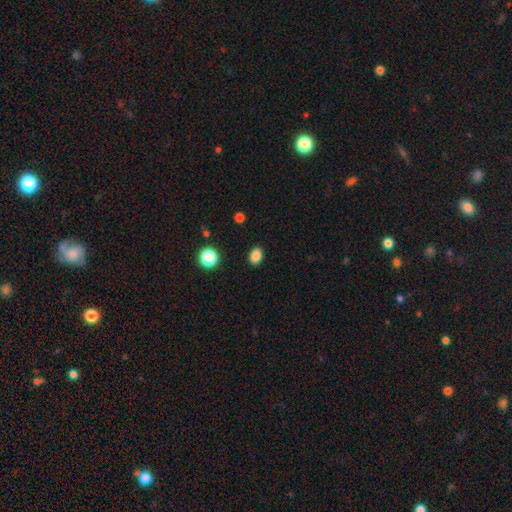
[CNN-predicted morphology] smooth-or-featured: smooth: 86% | star or artifact: 11% | featured or disk: 3%
  how-rounded: in between: 69% | round: 30% | cigar-shaped: 1%
  merging: none: 89% | minor disturbance: 8% | major disturbance: 2% | merger: 1%